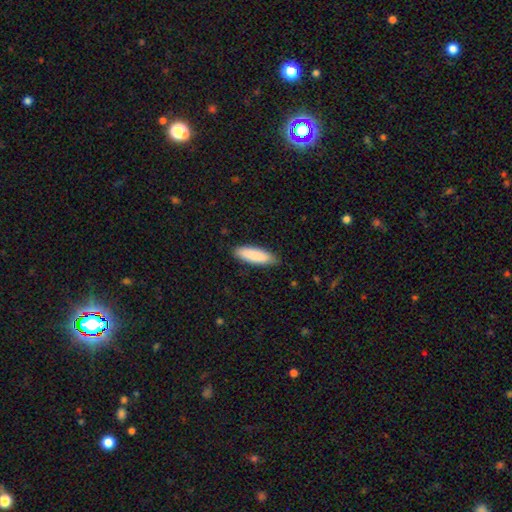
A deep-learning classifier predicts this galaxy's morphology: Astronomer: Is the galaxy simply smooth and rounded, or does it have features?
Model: smooth — 87%.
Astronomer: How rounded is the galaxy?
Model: in between — 52% (runner-up: cigar-shaped, 46%).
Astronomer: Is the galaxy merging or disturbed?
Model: none — 84%.